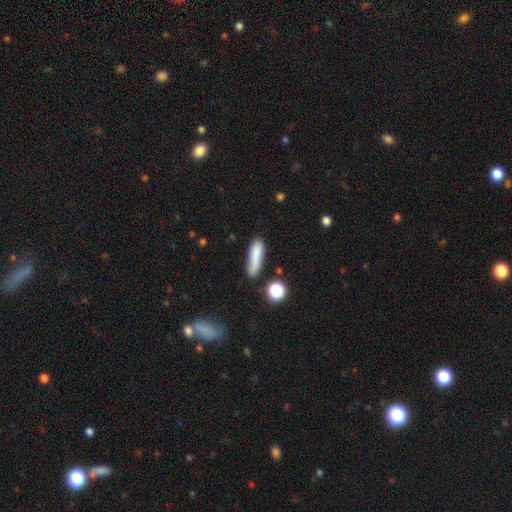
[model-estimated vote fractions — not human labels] The model was most divided on "how rounded": cigar-shaped: 69%, in between: 28%, round: 3%. More confident: smooth or featured — smooth (80%); merging — none (66%).